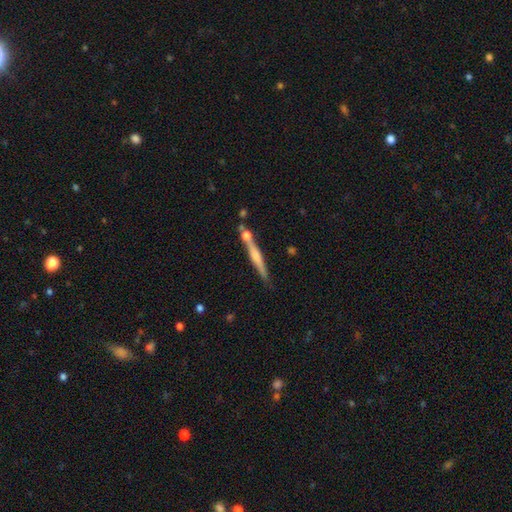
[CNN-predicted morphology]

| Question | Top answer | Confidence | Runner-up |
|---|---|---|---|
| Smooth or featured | featured or disk | 58% | smooth (35%) |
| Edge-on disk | yes | 97% | no (3%) |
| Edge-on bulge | rounded | 57% | none (25%) |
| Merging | none | 74% | minor disturbance (12%) |